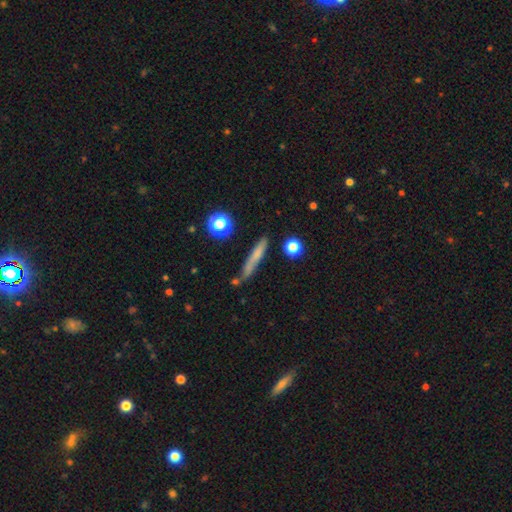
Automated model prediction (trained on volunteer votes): Smooth or featured? smooth (63%)
How rounded? cigar-shaped (91%)
Merging? none (76%)